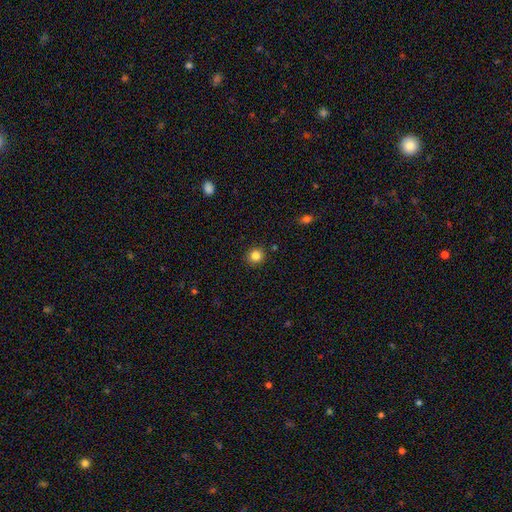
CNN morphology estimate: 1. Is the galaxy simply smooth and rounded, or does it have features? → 84% smooth, 12% star or artifact, 5% featured or disk.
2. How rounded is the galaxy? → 92% round, 7% in between, 1% cigar-shaped.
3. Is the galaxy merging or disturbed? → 91% none, 6% minor disturbance, 2% major disturbance, 2% merger.